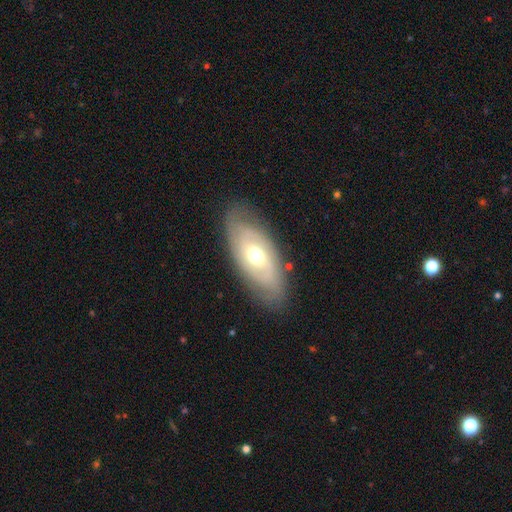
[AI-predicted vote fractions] This is likely a featured or disk galaxy (61%). It is clearly not viewed edge-on (87%). Bar: likely no (71%). Spiral arm pattern: possibly yes (60%). Central bulge: likely moderate (73%). Merging: likely none (79%).